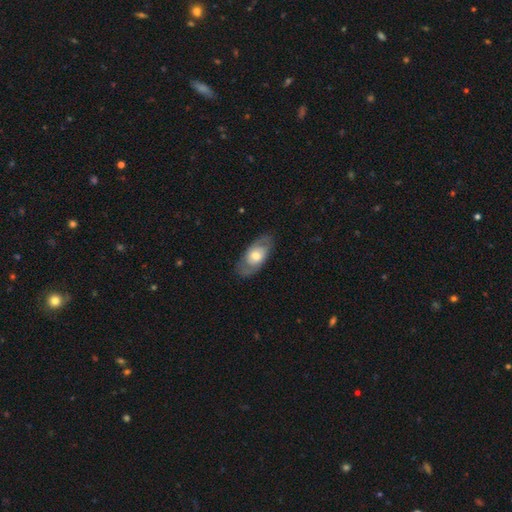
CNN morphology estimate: A featured or disk galaxy (54%).

Vote fractions:
- Smooth or featured? featured or disk: 54% / smooth: 41% / star or artifact: 6%
- Edge-on disk? no: 85% / yes: 15%
- Merging? none: 79% / minor disturbance: 15% / major disturbance: 5% / merger: 1%